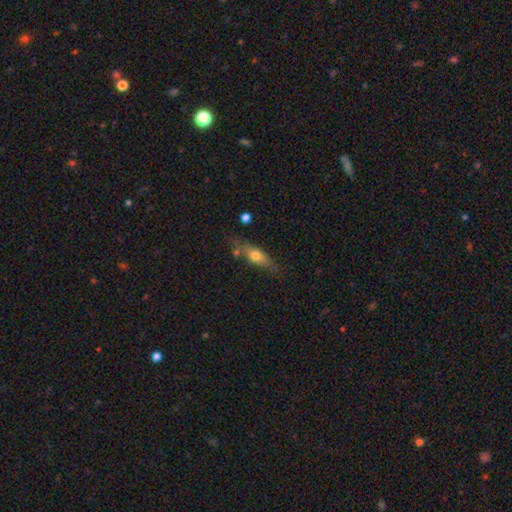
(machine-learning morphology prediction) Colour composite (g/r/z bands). It shows a smooth galaxy with no disk features (60%) that is in between round and cigar-shaped (50%). Merging: none (63%).